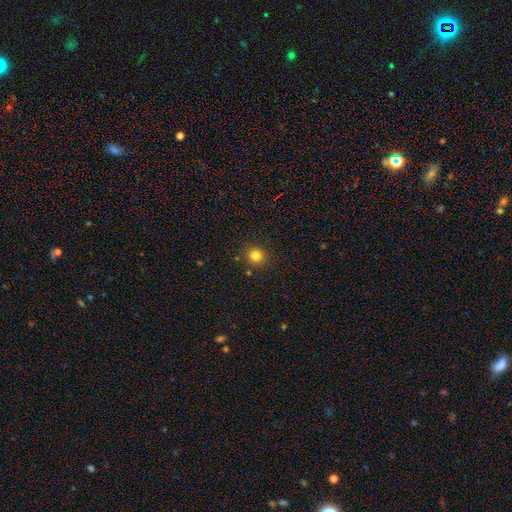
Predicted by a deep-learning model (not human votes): Q: Smooth or featured?
A: smooth (81%); runner-up: star or artifact (14%)
Q: How rounded?
A: round (87%); runner-up: in between (13%)
Q: Merging?
A: none (88%); runner-up: minor disturbance (7%)